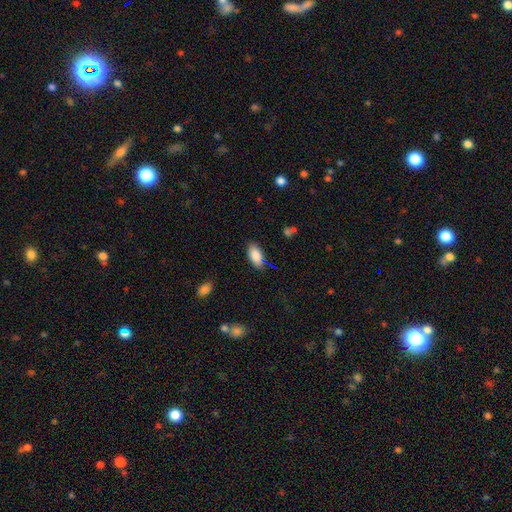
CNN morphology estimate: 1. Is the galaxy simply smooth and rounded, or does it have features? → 86% smooth, 7% star or artifact, 7% featured or disk.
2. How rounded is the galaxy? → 92% in between, 6% cigar-shaped, 3% round.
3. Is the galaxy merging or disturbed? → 78% none, 16% minor disturbance, 3% major disturbance, 2% merger.